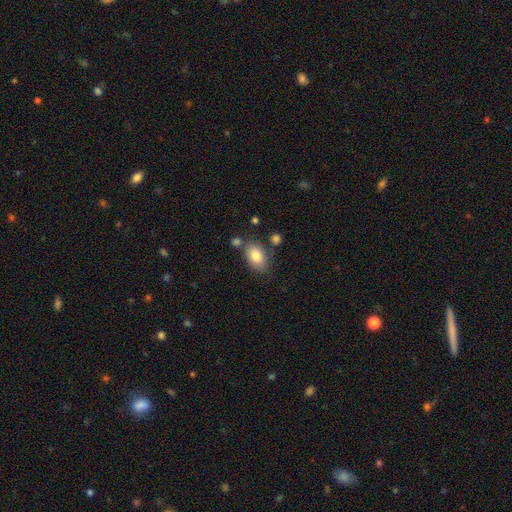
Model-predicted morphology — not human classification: The model was most divided on "merging": none: 71%, minor disturbance: 15%, merger: 9%, major disturbance: 4%. More confident: how rounded — in between (89%); smooth or featured — smooth (83%).